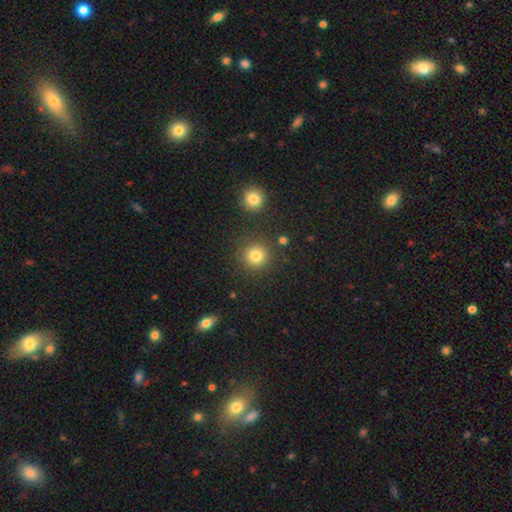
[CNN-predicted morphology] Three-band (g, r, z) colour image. It shows a smooth galaxy with no disk features (82%) that is round (93%). Merging: none (86%).